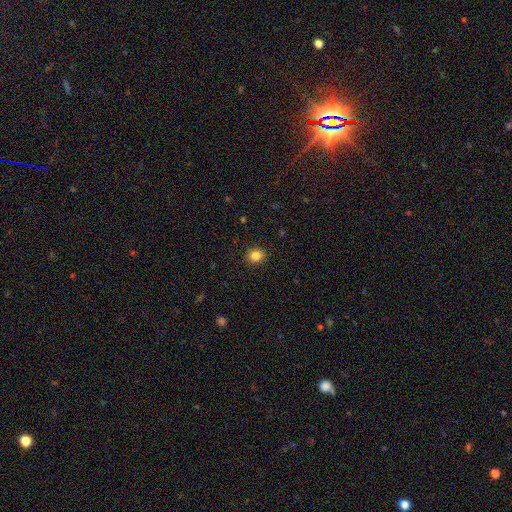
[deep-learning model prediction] Smooth or featured?
  - smooth: 84% *
  - star or artifact: 11%
  - featured or disk: 5%
How rounded?
  - round: 62% *
  - in between: 37%
  - cigar-shaped: 1%
Merging?
  - none: 90% *
  - minor disturbance: 7%
  - major disturbance: 2%
  - merger: 1%